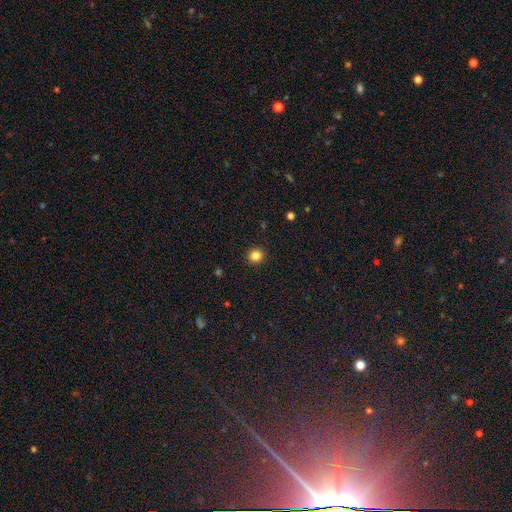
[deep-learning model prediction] smooth 84%, star or artifact 12%, featured or disk 4%. Down the decision tree: how rounded — round (88%); merging — none (92%).